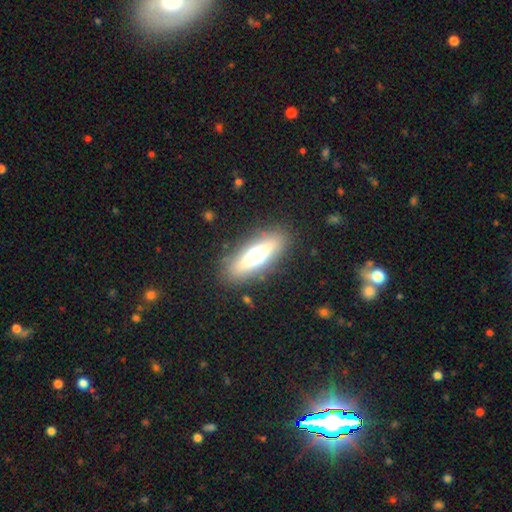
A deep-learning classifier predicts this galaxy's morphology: A smooth galaxy with no disk features (47%).

Vote fractions:
- Smooth or featured? smooth: 47% / featured or disk: 42% / star or artifact: 12%
- Merging? none: 86% / minor disturbance: 9% / major disturbance: 4% / merger: 2%